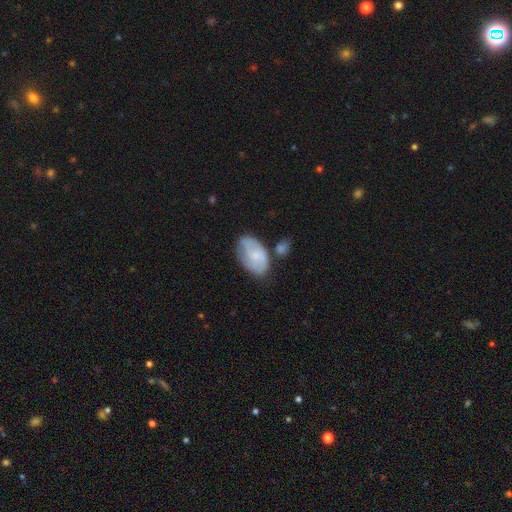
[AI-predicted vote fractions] A smooth galaxy with no disk features (54%) that is in between round and cigar-shaped (92%). Merging: none (50%).